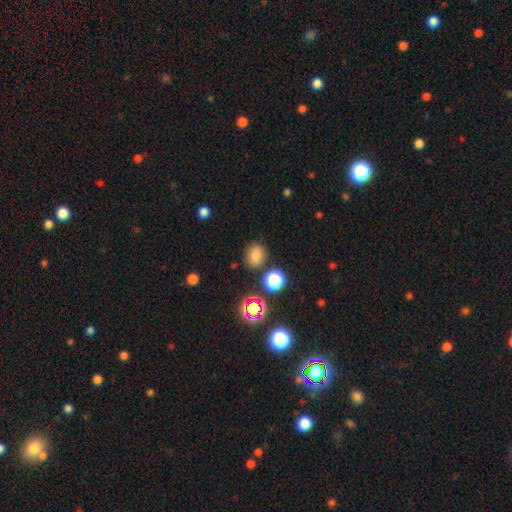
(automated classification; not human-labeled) This appears to be a smooth galaxy with no disk features (76%) that is round (60%). Merging: none (80%).